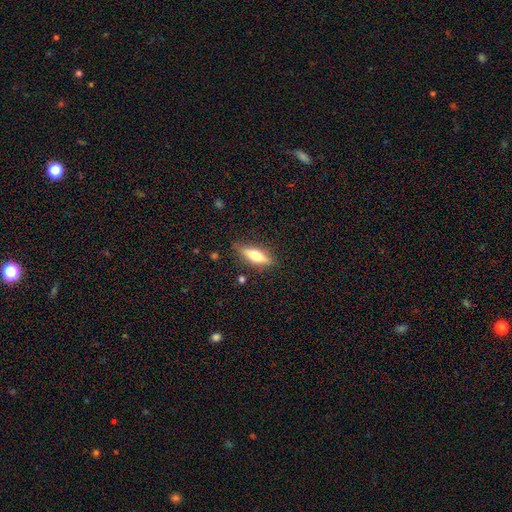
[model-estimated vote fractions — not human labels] The model was most divided on "how rounded": cigar-shaped: 54%, in between: 43%, round: 3%. More confident: merging — none (84%); smooth or featured — smooth (55%).